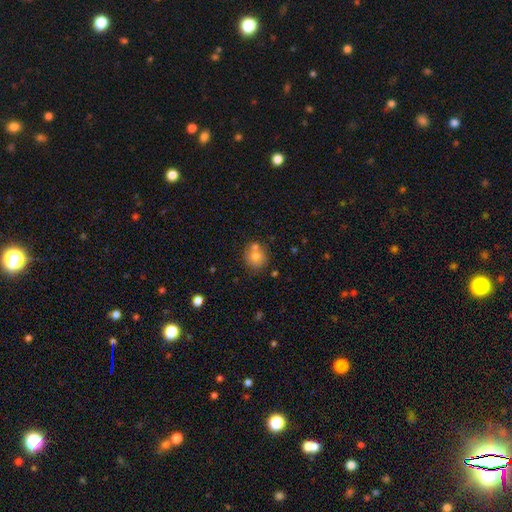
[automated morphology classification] Smooth or featured?
  - smooth: 75% *
  - featured or disk: 13%
  - star or artifact: 11%
How rounded?
  - round: 87% *
  - in between: 12%
  - cigar-shaped: 1%
Merging?
  - none: 67% *
  - merger: 19%
  - minor disturbance: 11%
  - major disturbance: 3%